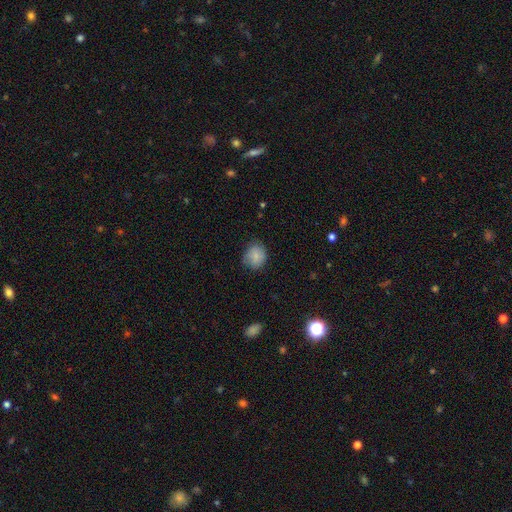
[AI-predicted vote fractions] smooth-or-featured: smooth: 82% | featured or disk: 10% | star or artifact: 8%
  how-rounded: round: 67% | in between: 32% | cigar-shaped: 1%
  merging: none: 68% | minor disturbance: 25% | major disturbance: 6% | merger: 1%